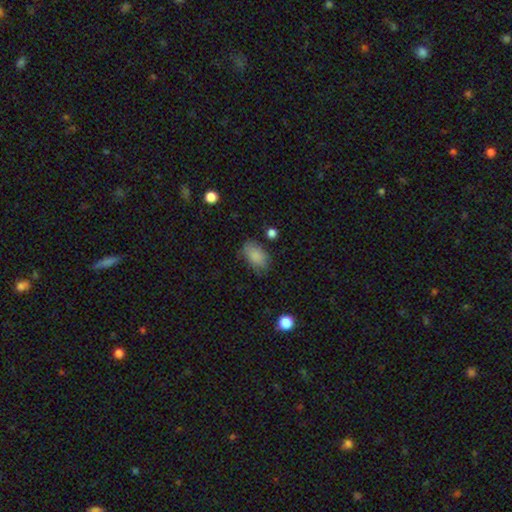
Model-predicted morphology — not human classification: Smooth or featured: smooth — 85% (star or artifact — 8%)
How rounded: in between — 91% (round — 7%)
Merging: none — 68% (minor disturbance — 22%)